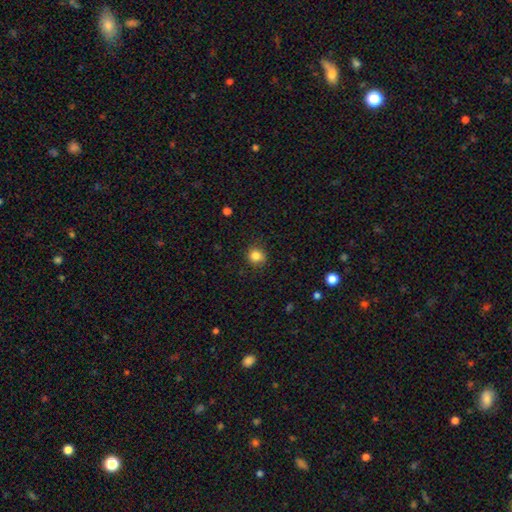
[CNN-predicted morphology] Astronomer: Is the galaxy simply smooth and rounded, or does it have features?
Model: smooth — 84%.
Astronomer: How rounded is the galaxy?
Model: round — 85%.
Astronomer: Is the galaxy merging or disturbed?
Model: none — 85%.